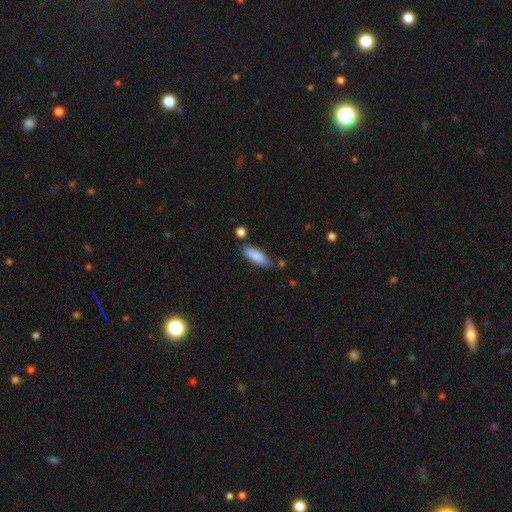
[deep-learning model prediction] Overall: smooth (86%). How rounded: in between (67%; cigar-shaped 31%). Merging: none (73%).